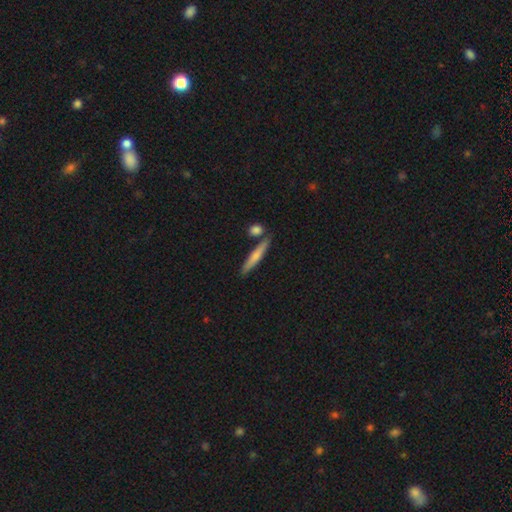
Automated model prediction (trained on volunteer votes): smooth 64%, featured or disk 31%, star or artifact 6%. Down the decision tree: how rounded — cigar-shaped (91%); merging — none (79%).